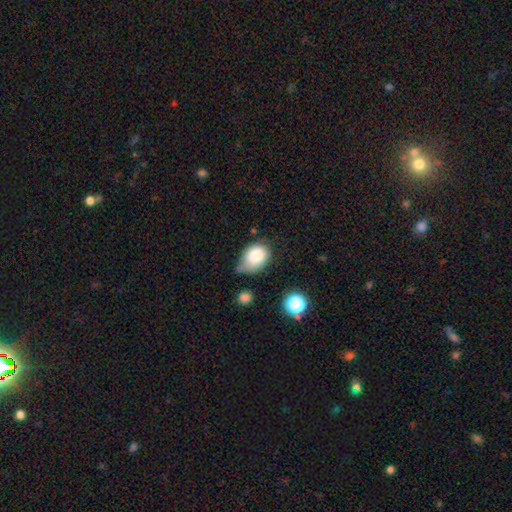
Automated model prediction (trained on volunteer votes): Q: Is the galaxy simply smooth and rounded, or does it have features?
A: smooth — 83%.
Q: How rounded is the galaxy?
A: in between — 69%.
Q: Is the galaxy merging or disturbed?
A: minor disturbance — 44%.